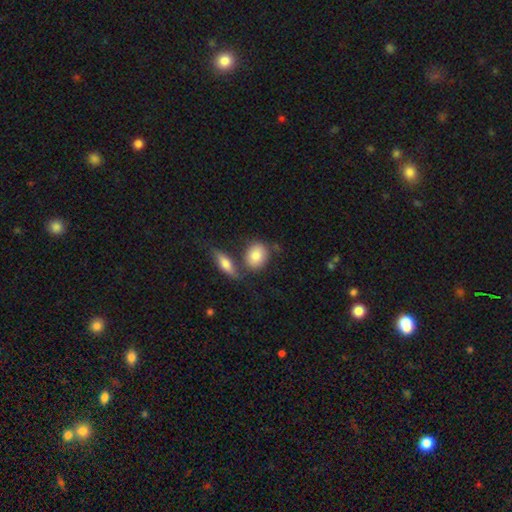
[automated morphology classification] smooth_or_featured: smooth (p=0.82) [alt: featured or disk p=0.11]
how_rounded: in between (p=0.51) [alt: round p=0.47]
merging: none (p=0.55) [alt: merger p=0.26]